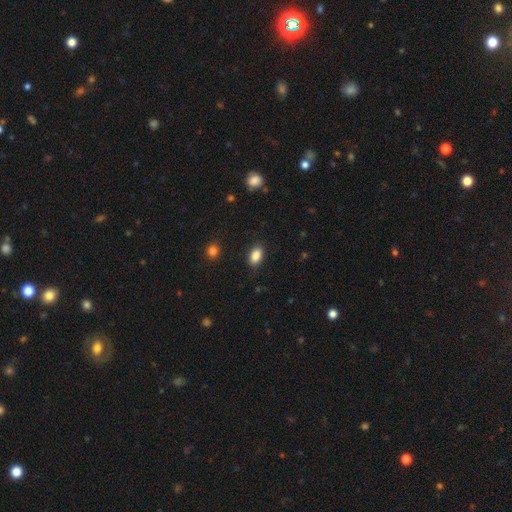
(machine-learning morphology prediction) Smooth or featured? smooth (87%)
How rounded? in between (89%)
Merging? none (87%)